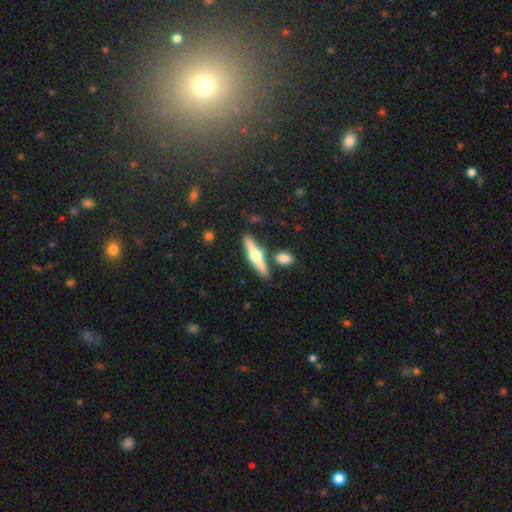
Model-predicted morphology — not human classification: type=featured or disk (60%); edge-on=yes (96%); edge-on bulge=rounded (93%); merging=none (81%).